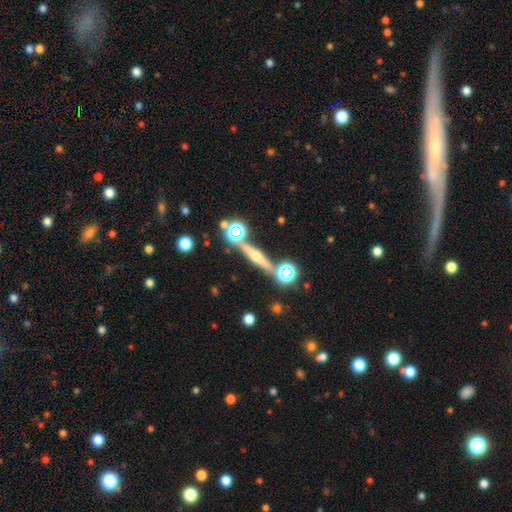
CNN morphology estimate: smooth-or-featured: featured or disk: 67% | smooth: 21% | star or artifact: 12%
  disk-edge-on: yes: 95% | no: 5%
    edge-on-bulge: rounded: 92% | boxy: 4% | none: 4%
  merging: none: 78% | merger: 10% | minor disturbance: 8% | major disturbance: 3%